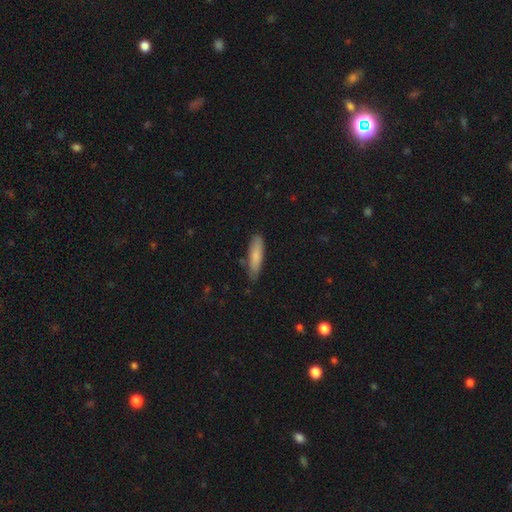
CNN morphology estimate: smooth_or_featured: smooth (p=0.79) [alt: featured or disk p=0.15]
how_rounded: cigar-shaped (p=0.69) [alt: in between p=0.29]
merging: none (p=0.78) [alt: minor disturbance p=0.17]